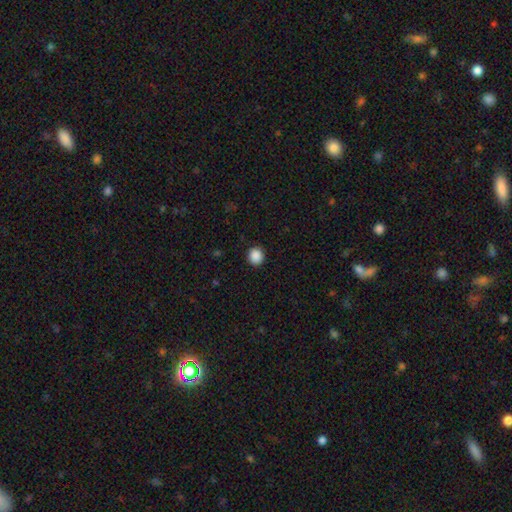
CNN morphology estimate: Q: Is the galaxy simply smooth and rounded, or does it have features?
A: smooth — 89%.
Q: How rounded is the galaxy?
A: round — 88%.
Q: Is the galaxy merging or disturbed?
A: none — 91%.